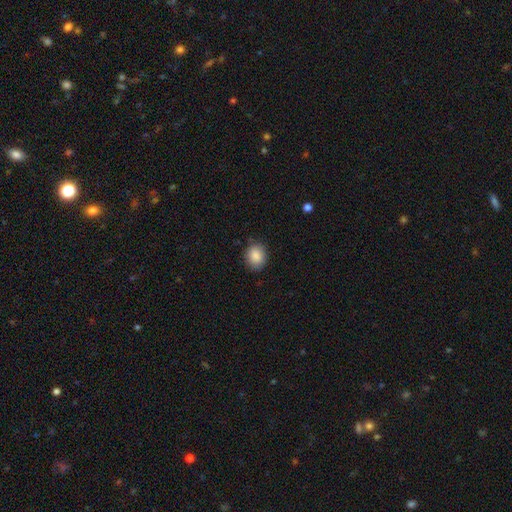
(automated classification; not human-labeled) smooth_or_featured: smooth (p=0.88) [alt: star or artifact p=0.08]
how_rounded: round (p=0.58) [alt: in between p=0.41]
merging: none (p=0.81) [alt: minor disturbance p=0.15]